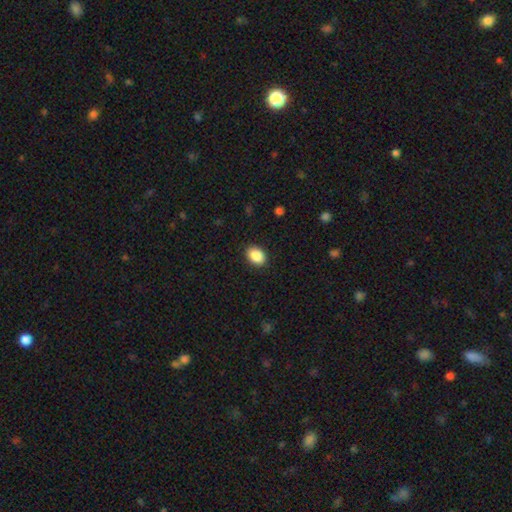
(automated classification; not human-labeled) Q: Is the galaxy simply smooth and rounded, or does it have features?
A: smooth — 89%.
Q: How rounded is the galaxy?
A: in between — 75%.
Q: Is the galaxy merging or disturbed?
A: none — 90%.